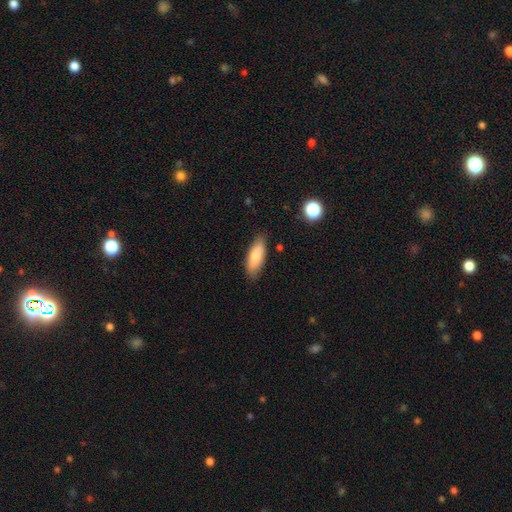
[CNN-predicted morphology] Overall: smooth (79%). How rounded: in between (73%). Merging: none (82%).